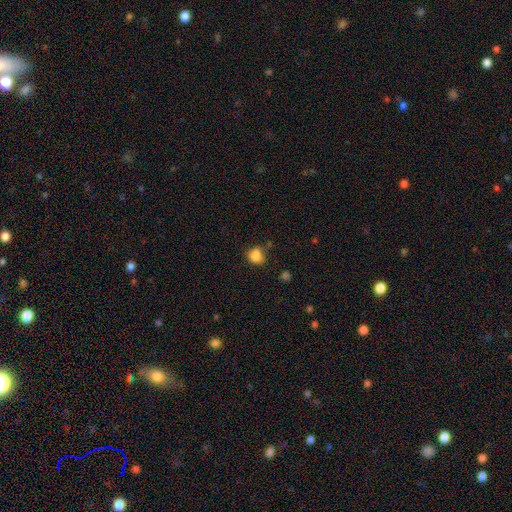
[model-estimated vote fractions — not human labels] A smooth galaxy with no disk features (84%) that is round (56%).

Vote fractions:
- Smooth or featured? smooth: 84% / star or artifact: 11% / featured or disk: 6%
- How rounded? round: 56% / in between: 43% / cigar-shaped: 1%
- Merging? none: 56% / minor disturbance: 27% / major disturbance: 9% / merger: 8%